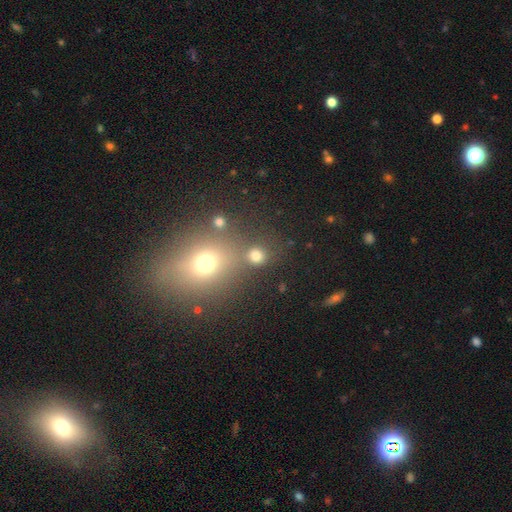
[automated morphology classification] Smooth or featured? Predicted: smooth (p=0.74). How rounded? Predicted: round (p=0.83). Merging? Predicted: none (p=0.69).